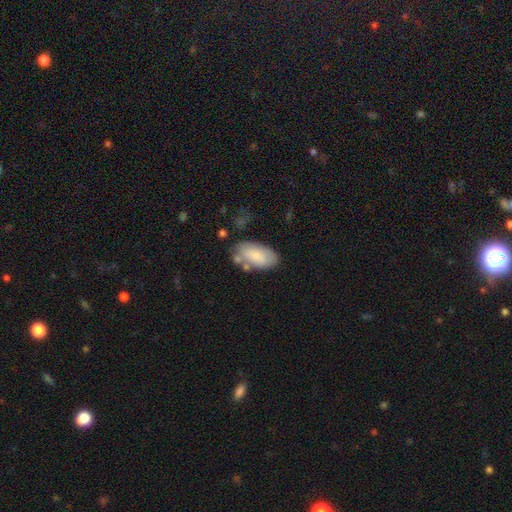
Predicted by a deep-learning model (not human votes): smooth_or_featured: smooth (p=0.81) [alt: featured or disk p=0.12]
how_rounded: in between (p=0.94) [alt: cigar-shaped p=0.04]
merging: none (p=0.61) [alt: minor disturbance p=0.21]